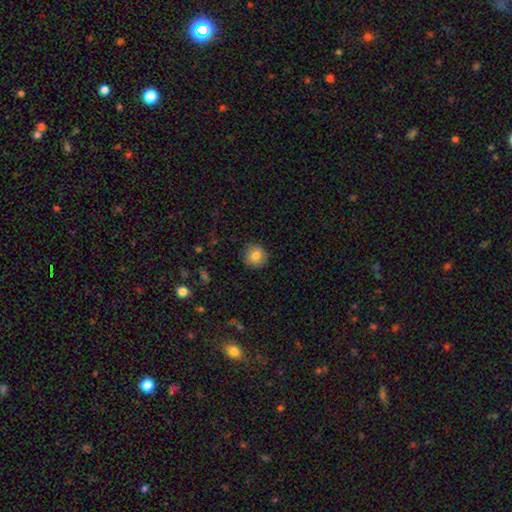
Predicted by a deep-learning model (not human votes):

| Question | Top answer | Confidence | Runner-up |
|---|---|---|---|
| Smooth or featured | smooth | 80% | featured or disk (11%) |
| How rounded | round | 91% | in between (8%) |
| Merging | none | 85% | minor disturbance (11%) |